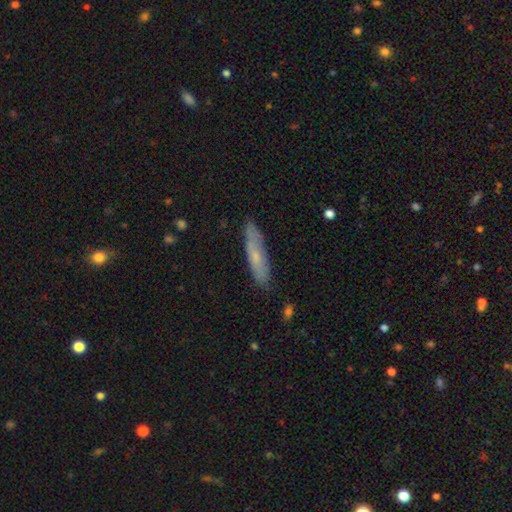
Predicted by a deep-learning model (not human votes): Smooth or featured?
  - smooth: 55% *
  - featured or disk: 37%
  - star or artifact: 7%
How rounded?
  - cigar-shaped: 84% *
  - in between: 15%
  - round: 2%
Merging?
  - none: 83% *
  - minor disturbance: 13%
  - major disturbance: 2%
  - merger: 1%